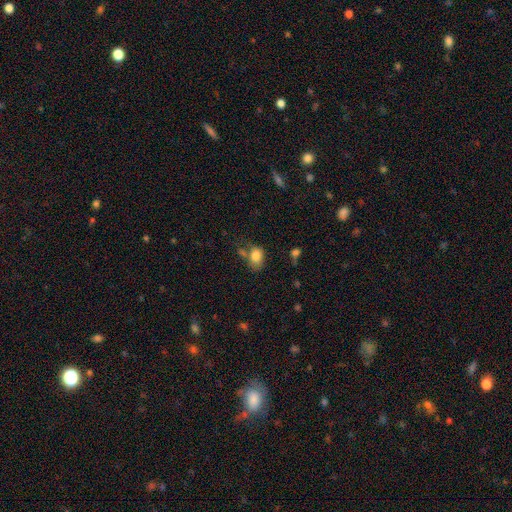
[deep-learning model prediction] Smooth or featured? smooth (81%)
How rounded? in between (73%)
Merging? none (42%)